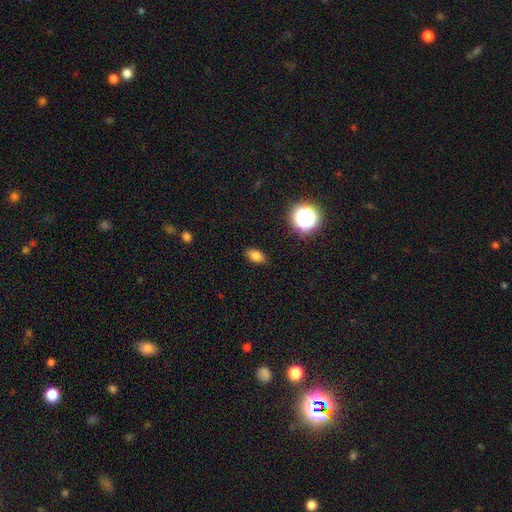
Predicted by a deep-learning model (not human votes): smooth-or-featured: smooth: 78% | star or artifact: 13% | featured or disk: 9%
  how-rounded: in between: 84% | round: 12% | cigar-shaped: 4%
  merging: none: 88% | minor disturbance: 9% | major disturbance: 2% | merger: 1%